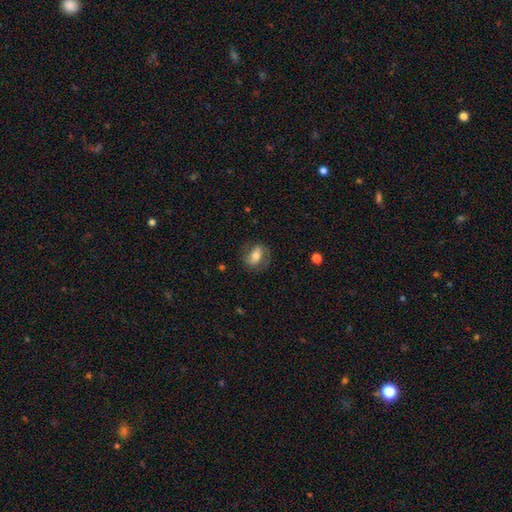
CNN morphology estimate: smooth-or-featured: smooth: 54% | featured or disk: 38% | star or artifact: 8%
  how-rounded: in between: 69% | round: 28% | cigar-shaped: 3%
  merging: none: 73% | minor disturbance: 17% | major disturbance: 9% | merger: 1%